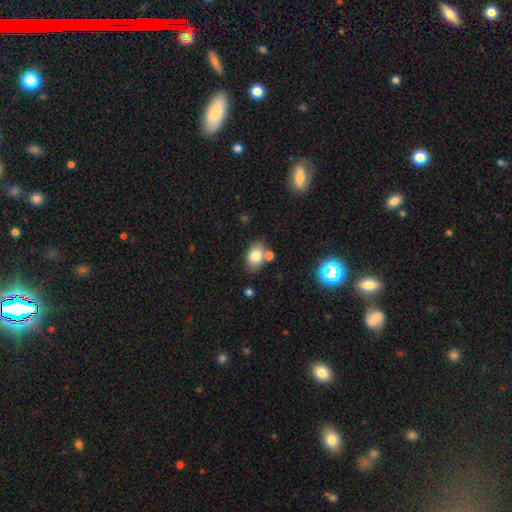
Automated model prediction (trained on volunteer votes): Overall: smooth (79%). How rounded: in between (80%). Merging: none (64%).